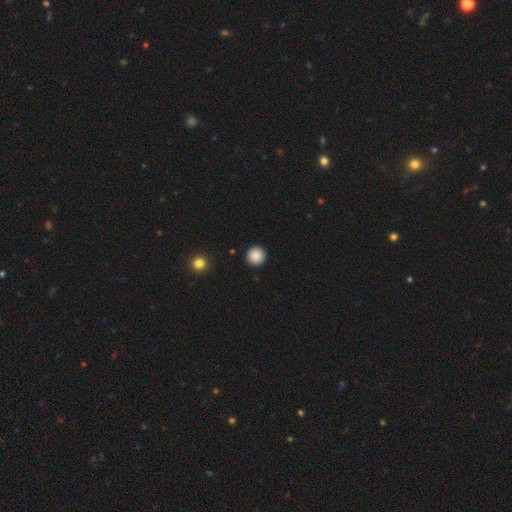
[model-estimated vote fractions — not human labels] A smooth galaxy with no disk features (88%) that is round (95%). Merging: none (93%).